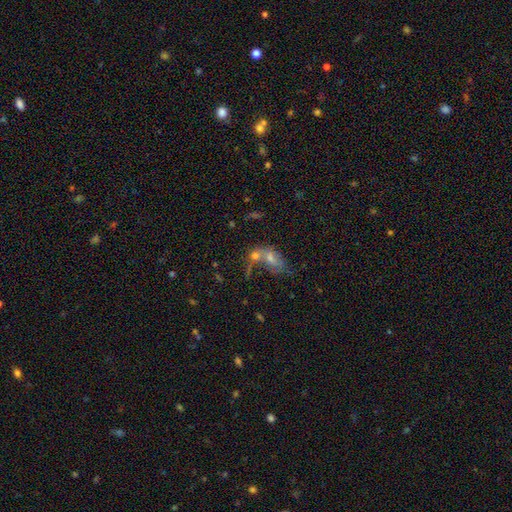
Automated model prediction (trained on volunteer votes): The model was most divided on "smooth or featured": smooth: 42%, featured or disk: 35%, star or artifact: 23%. More confident: merging — merger (53%).